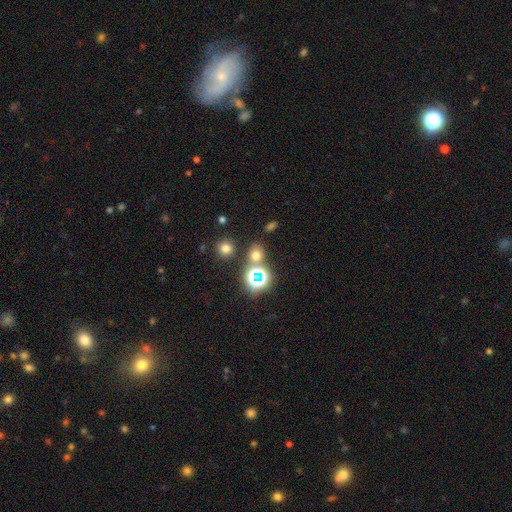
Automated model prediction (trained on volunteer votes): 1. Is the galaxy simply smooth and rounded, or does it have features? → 58% smooth, 34% star or artifact, 8% featured or disk.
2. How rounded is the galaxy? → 59% round, 39% in between, 1% cigar-shaped.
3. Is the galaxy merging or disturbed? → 75% none, 12% merger, 9% minor disturbance, 4% major disturbance.